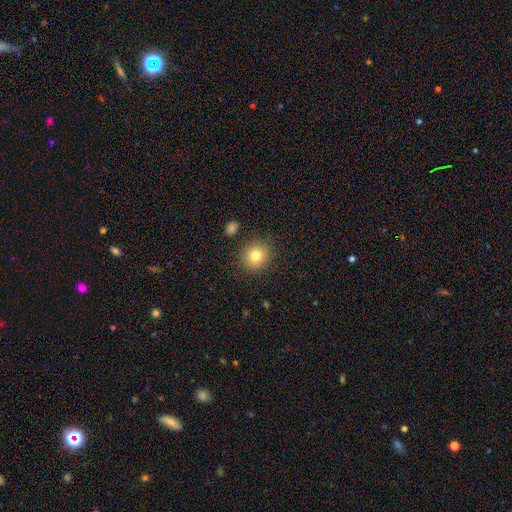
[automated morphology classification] A smooth galaxy with no disk features (79%) that is round (87%). Merging: none (87%).